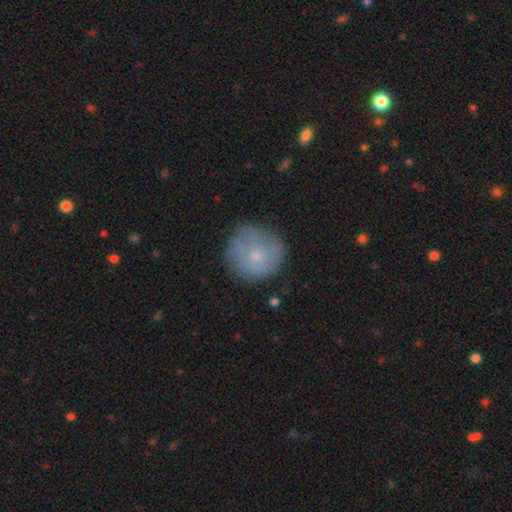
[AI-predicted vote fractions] smooth_or_featured: smooth (p=0.62) [alt: featured or disk p=0.30]
how_rounded: round (p=0.91) [alt: in between p=0.08]
merging: none (p=0.69) [alt: minor disturbance p=0.22]